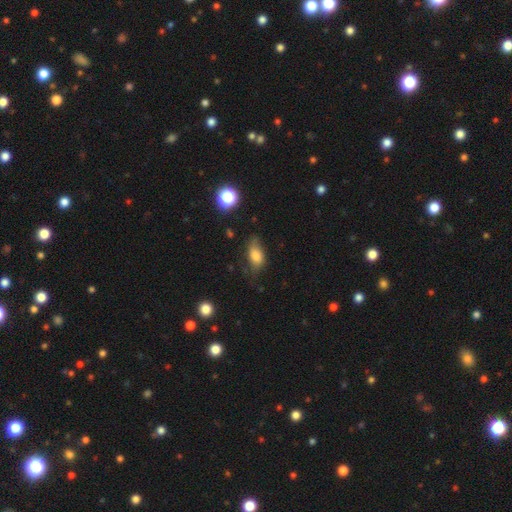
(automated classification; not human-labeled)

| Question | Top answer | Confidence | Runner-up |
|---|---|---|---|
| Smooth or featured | smooth | 74% | featured or disk (16%) |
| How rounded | in between | 86% | round (8%) |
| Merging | none | 60% | minor disturbance (28%) |